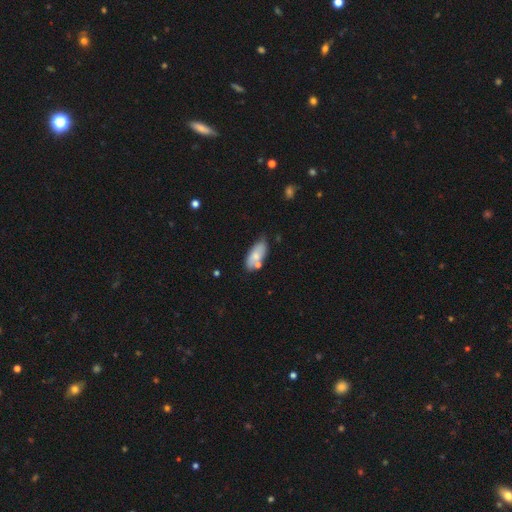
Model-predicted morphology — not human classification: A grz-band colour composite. It shows a smooth galaxy with no disk features (71%) that is in between round and cigar-shaped (86%). Merging: none (61%).